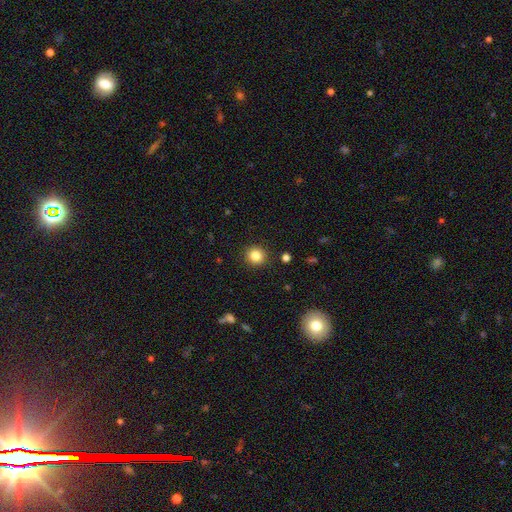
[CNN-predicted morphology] A smooth galaxy with no disk features (84%) that is round (92%). Merging: none (90%).